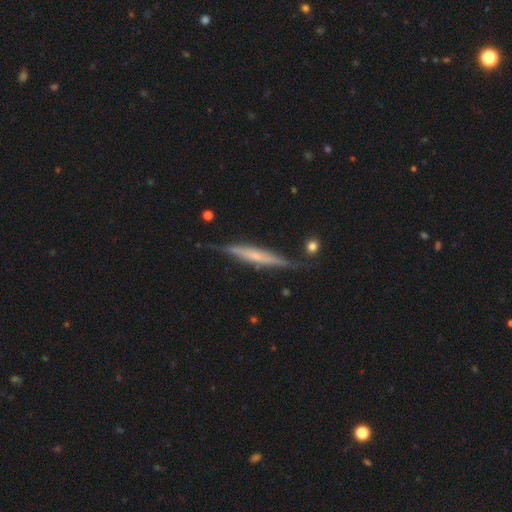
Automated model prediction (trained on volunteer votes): Overall: featured or disk (65%; smooth 29%). Edge-on disk: yes (95%). Edge-on bulge: none (42%; rounded 41%). Merging: none (75%).